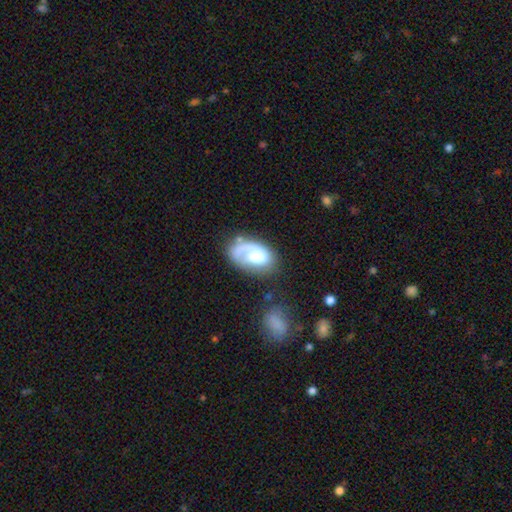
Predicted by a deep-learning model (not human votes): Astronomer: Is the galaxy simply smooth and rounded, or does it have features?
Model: featured or disk — 55% (runner-up: smooth, 39%).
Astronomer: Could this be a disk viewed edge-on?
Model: no — 97%.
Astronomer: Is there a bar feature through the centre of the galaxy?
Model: no — 71%.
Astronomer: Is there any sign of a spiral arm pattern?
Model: yes — 75%.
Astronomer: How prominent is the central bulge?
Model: large — 42% (runner-up: moderate, 32%).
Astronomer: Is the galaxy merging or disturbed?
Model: none — 47% (runner-up: major disturbance, 23%).